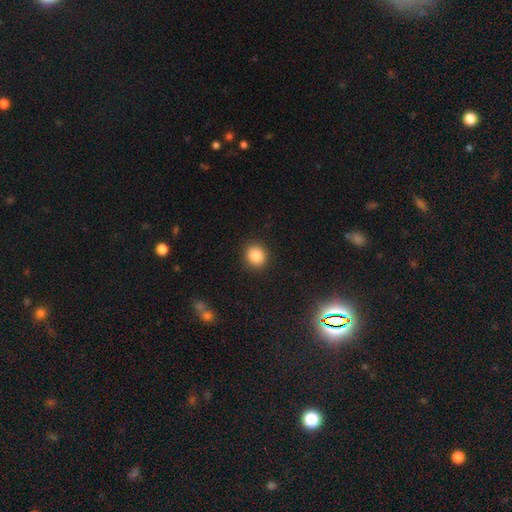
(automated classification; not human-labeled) Smooth or featured: smooth — 85% (star or artifact — 10%)
How rounded: round — 82% (in between — 17%)
Merging: none — 91% (minor disturbance — 6%)